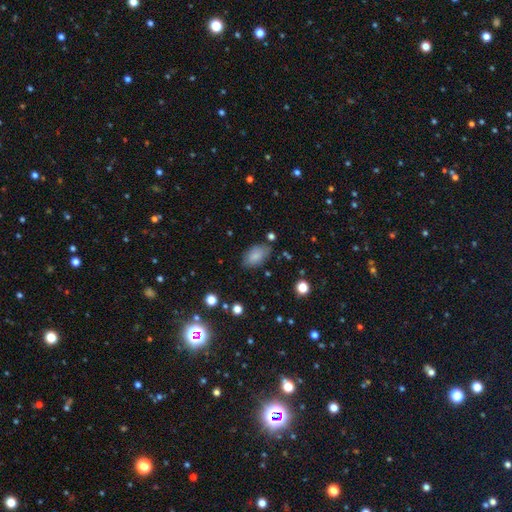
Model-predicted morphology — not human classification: Smooth or featured? smooth (84%)
How rounded? in between (93%)
Merging? none (76%)